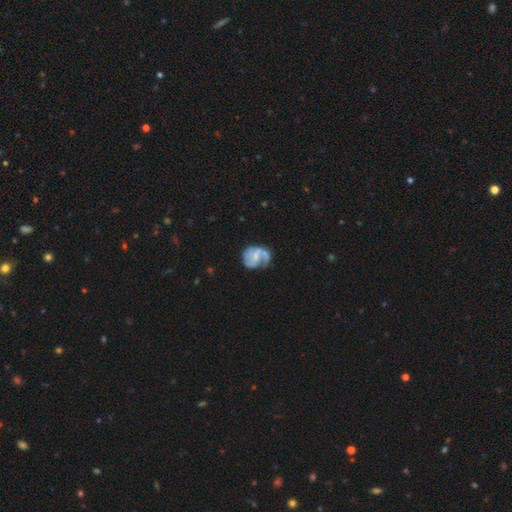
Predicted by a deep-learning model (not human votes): Q: Smooth or featured?
A: featured or disk (66%); runner-up: smooth (27%)
Q: Edge-on disk?
A: no (98%); runner-up: yes (2%)
Q: Bar?
A: no (45%); runner-up: weak (41%)
Q: Spiral arms?
A: yes (73%); runner-up: no (27%)
Q: Bulge size?
A: small (37%); runner-up: none (36%)
Q: Merging?
A: none (43%); runner-up: minor disturbance (24%)